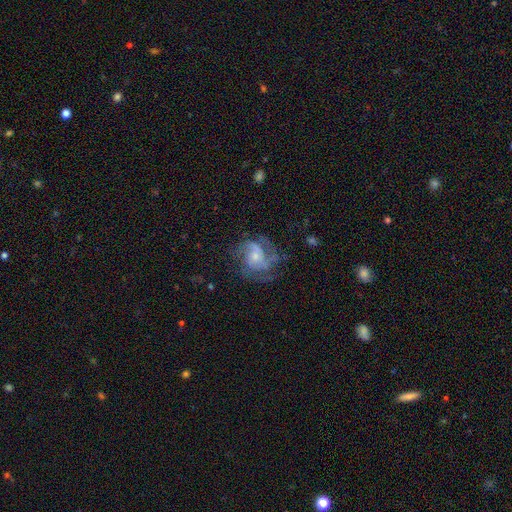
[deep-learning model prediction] A featured or disk galaxy (77%) with no bar (72%), 3 (31%) medium (46%) spiral arms (91%) and a small central bulge (59%).

Vote fractions:
- Smooth or featured? featured or disk: 77% / smooth: 15% / star or artifact: 8%
- Edge-on disk? no: 98% / yes: 2%
- Bar? no: 72% / weak: 24% / strong: 4%
- Spiral arms? yes: 91% / no: 9%
- Spiral winding? medium: 46% / tight: 35% / loose: 19%
- Spiral arm count? 3: 31% / 2: 25% / can't tell: 24% / 4: 8% / 1: 6% / more than 4: 5%
- Bulge size? small: 59% / moderate: 32% / none: 5% / large: 3% / dominant: 1%
- Merging? none: 57% / major disturbance: 21% / minor disturbance: 21% / merger: 2%